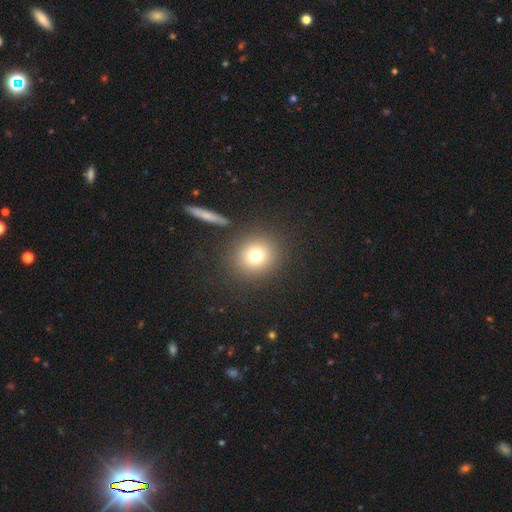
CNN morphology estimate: A smooth galaxy with no disk features (74%) that is round (88%).

Vote fractions:
- Smooth or featured? smooth: 74% / star or artifact: 15% / featured or disk: 11%
- How rounded? round: 88% / in between: 11% / cigar-shaped: 1%
- Merging? none: 86% / minor disturbance: 7% / merger: 4% / major disturbance: 4%